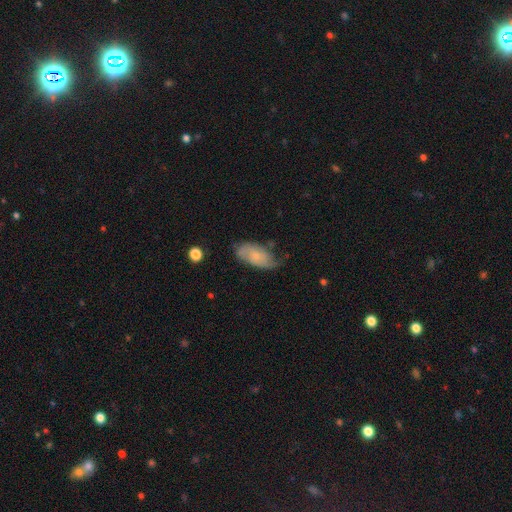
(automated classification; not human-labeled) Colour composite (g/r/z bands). It shows a smooth galaxy with no disk features (50%) that is in between round and cigar-shaped (91%). Merging: none (47%).